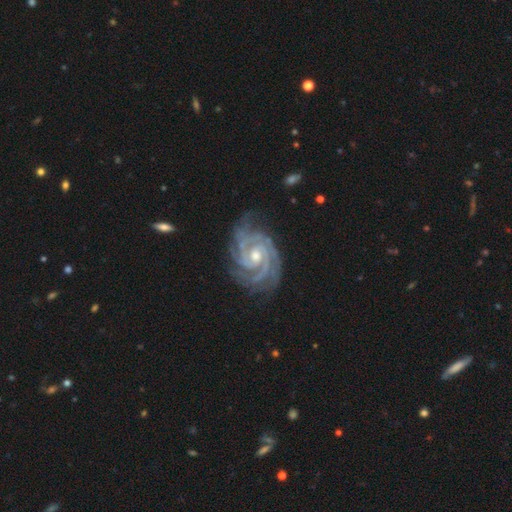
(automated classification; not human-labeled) This is clearly a featured or disk galaxy (94%). It is clearly not viewed edge-on (98%). Bar: possibly no (53%). Spiral arm pattern: clearly yes (99%). Spiral arm count: marginally 3 (37%). Spiral winding: likely tight (78%). Central bulge: possibly moderate (57%). Merging: likely none (76%).